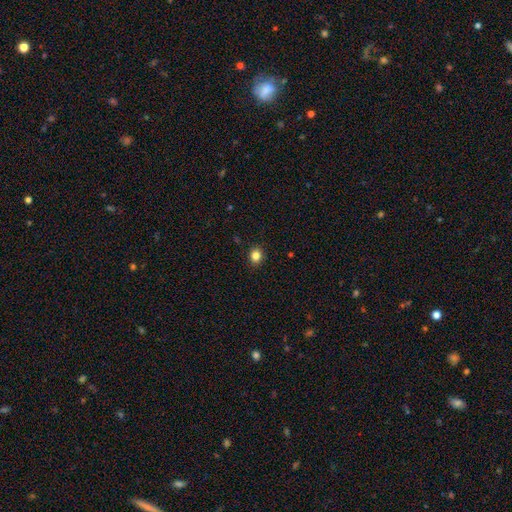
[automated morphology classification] Smooth or featured: smooth — 83% (star or artifact — 12%)
How rounded: round — 71% (in between — 28%)
Merging: none — 91% (minor disturbance — 6%)